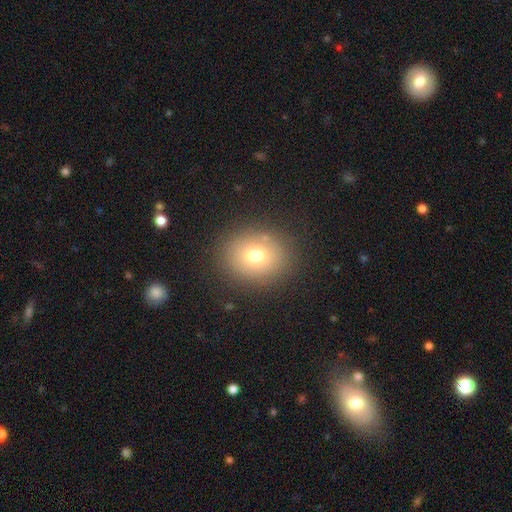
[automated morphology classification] This appears to be a smooth galaxy with no disk features (73%) that is round (69%). Merging: none (85%).